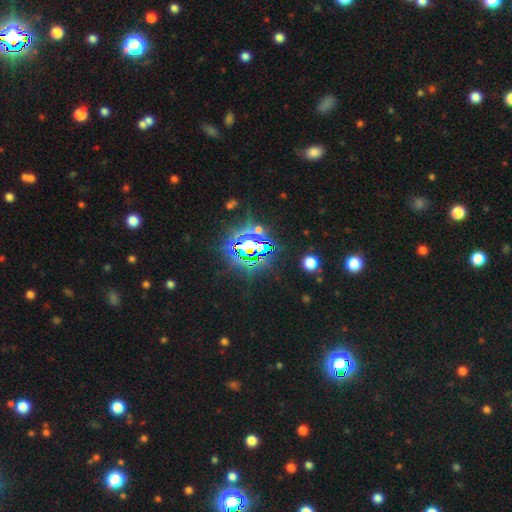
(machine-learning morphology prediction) A star or artifact, not a galaxy (77%).

Vote fractions:
- Smooth or featured? star or artifact: 77% / smooth: 13% / featured or disk: 10%